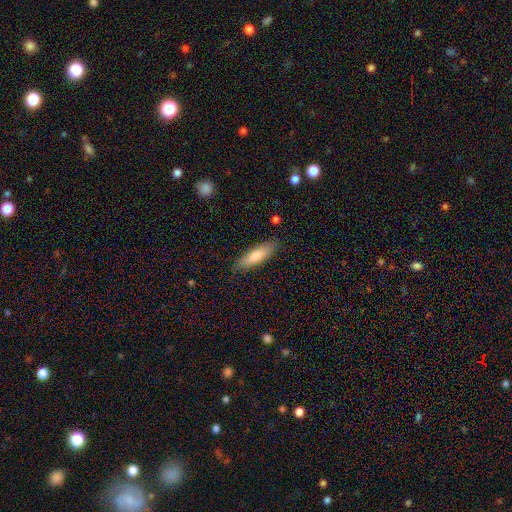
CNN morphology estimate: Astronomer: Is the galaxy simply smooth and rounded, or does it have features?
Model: smooth — 73%.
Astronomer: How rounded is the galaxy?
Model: cigar-shaped — 59% (runner-up: in between, 39%).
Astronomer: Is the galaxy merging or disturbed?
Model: none — 86%.